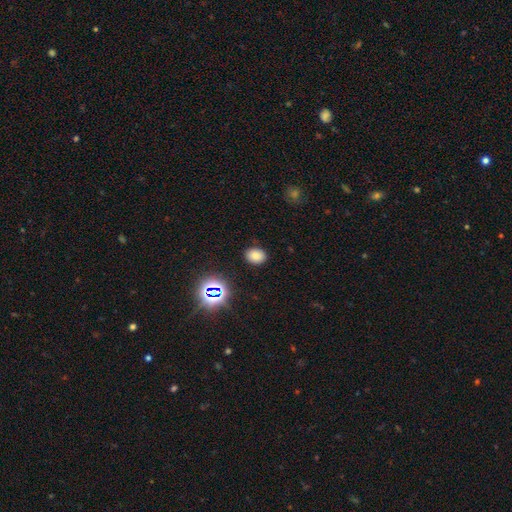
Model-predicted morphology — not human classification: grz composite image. It shows a smooth galaxy with no disk features (76%) that is in between round and cigar-shaped (62%). Merging: none (87%).